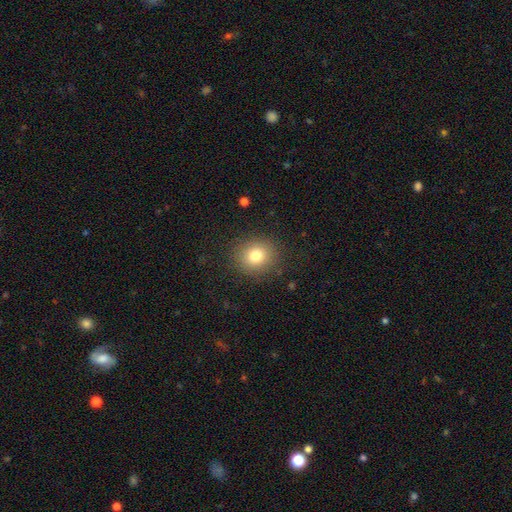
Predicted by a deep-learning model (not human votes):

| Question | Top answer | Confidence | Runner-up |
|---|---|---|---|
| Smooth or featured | smooth | 79% | star or artifact (12%) |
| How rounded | round | 81% | in between (18%) |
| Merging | none | 88% | minor disturbance (8%) |